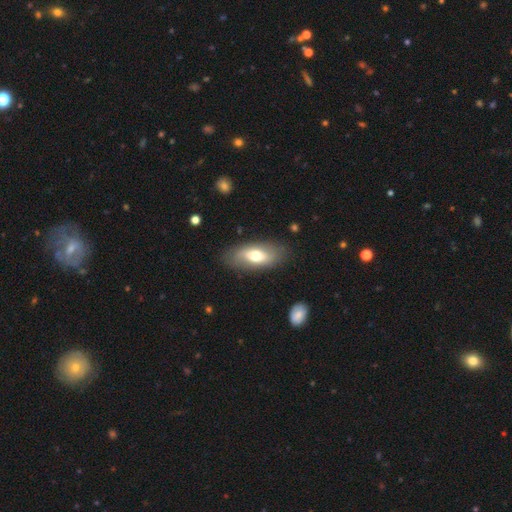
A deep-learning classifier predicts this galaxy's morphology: A smooth galaxy with no disk features (57%) that is in between round and cigar-shaped (87%). Merging: none (82%).